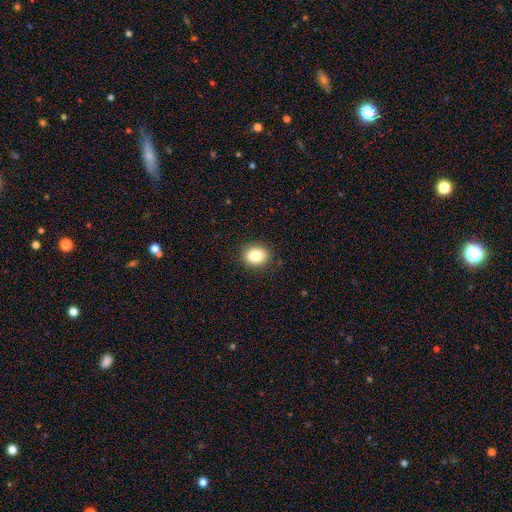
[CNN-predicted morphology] The model was most divided on "how rounded": round: 61%, in between: 38%, cigar-shaped: 1%. More confident: merging — none (89%); smooth or featured — smooth (85%).